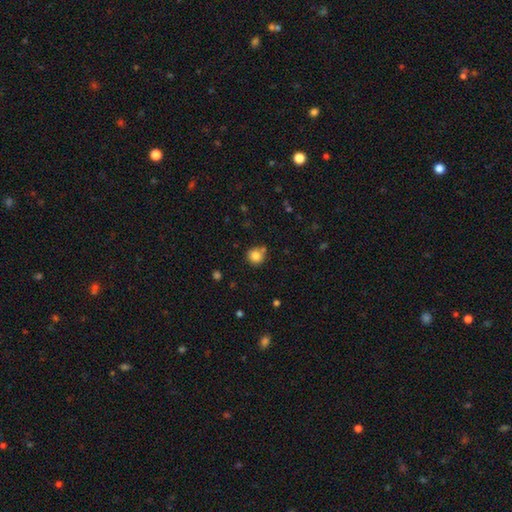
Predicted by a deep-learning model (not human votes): Morphology: type=smooth (83%); roundness=round (90%); merging=none (70%).